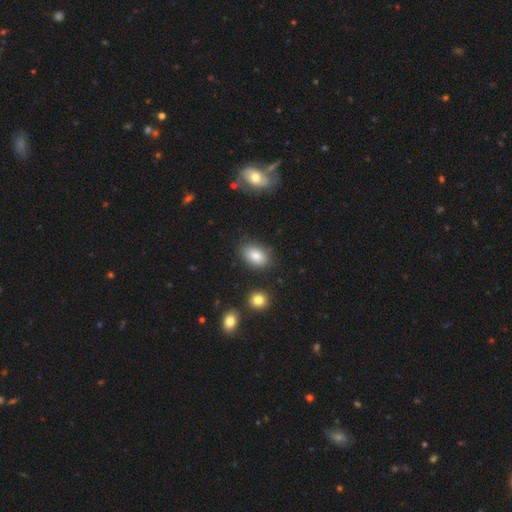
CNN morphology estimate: A smooth galaxy with no disk features (83%) that is in between round and cigar-shaped (86%).

Vote fractions:
- Smooth or featured? smooth: 83% / featured or disk: 9% / star or artifact: 8%
- How rounded? in between: 86% / round: 13% / cigar-shaped: 2%
- Merging? none: 83% / minor disturbance: 11% / merger: 3% / major disturbance: 3%